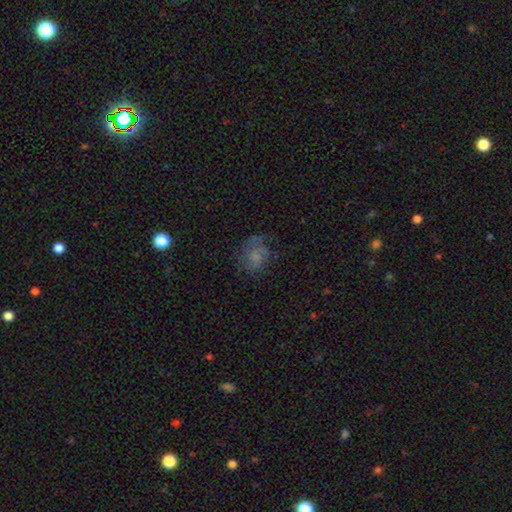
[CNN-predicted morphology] Smooth or featured?
  - smooth: 59% *
  - featured or disk: 25%
  - star or artifact: 16%
How rounded?
  - round: 55% *
  - in between: 44%
  - cigar-shaped: 1%
Merging?
  - none: 53% *
  - minor disturbance: 23%
  - major disturbance: 21%
  - merger: 2%